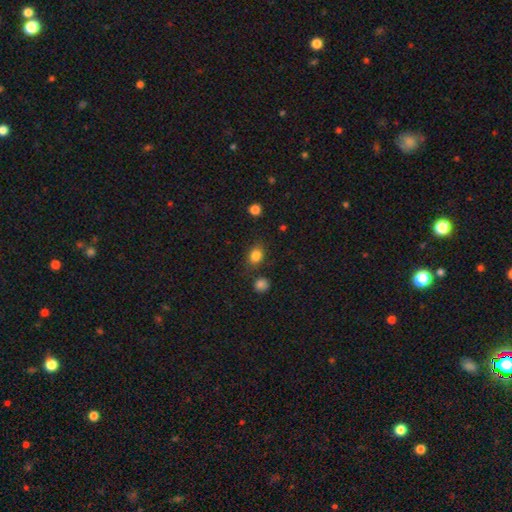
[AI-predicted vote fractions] A smooth galaxy with no disk features (83%) that is in between round and cigar-shaped (56%).

Vote fractions:
- Smooth or featured? smooth: 83% / star or artifact: 11% / featured or disk: 6%
- How rounded? in between: 56% / round: 43% / cigar-shaped: 1%
- Merging? none: 77% / minor disturbance: 14% / merger: 5% / major disturbance: 4%